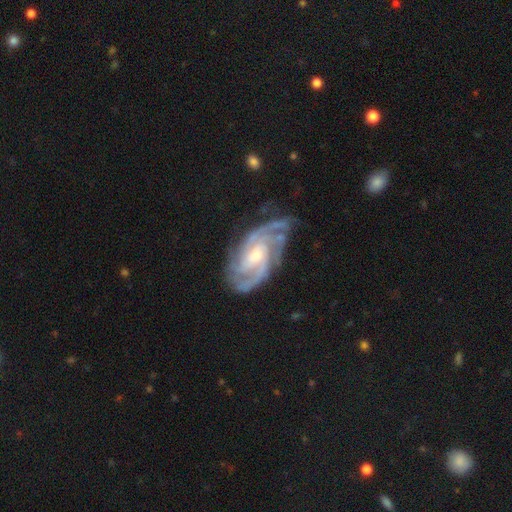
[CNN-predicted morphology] smooth-or-featured: featured or disk: 91% | smooth: 5% | star or artifact: 5%
  disk-edge-on: no: 97% | yes: 3%
    bar: no: 46% | weak: 42% | strong: 12%
    has-spiral-arms: yes: 98% | no: 2%
      spiral-winding: tight: 59% | medium: 35% | loose: 6%
      spiral-arm-count: 3: 33% | 2: 22% | 4: 17% | can't tell: 16% | more than 4: 6% | 1: 6%
    bulge-size: moderate: 48% | small: 44% | large: 4% | none: 3% | dominant: 1%
  merging: none: 67% | minor disturbance: 22% | major disturbance: 9% | merger: 2%